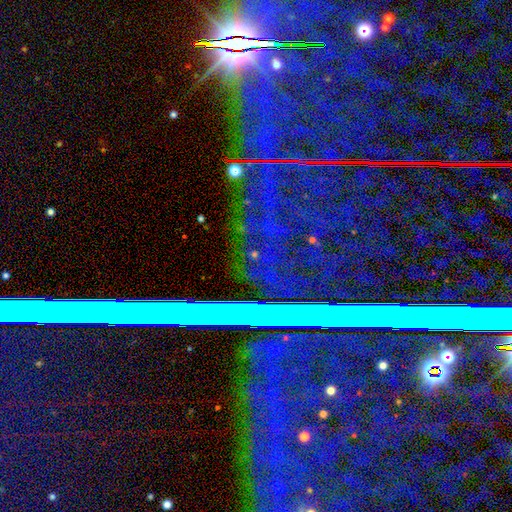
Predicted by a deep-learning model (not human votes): Morphology: type=star or artifact (81%).